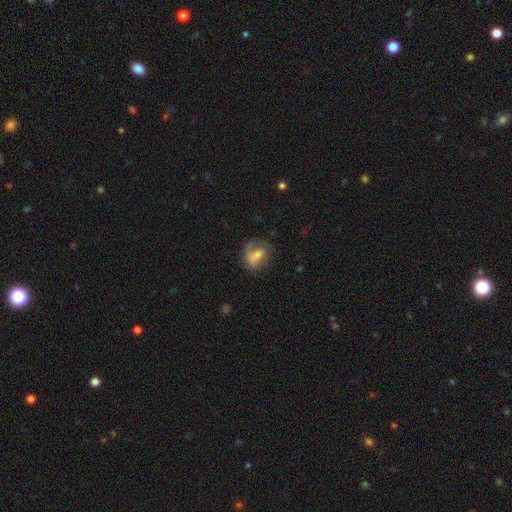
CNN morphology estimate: Smooth or featured? Predicted: smooth (p=0.52). How rounded? Predicted: in between (p=0.60). Merging? Predicted: none (p=0.51).